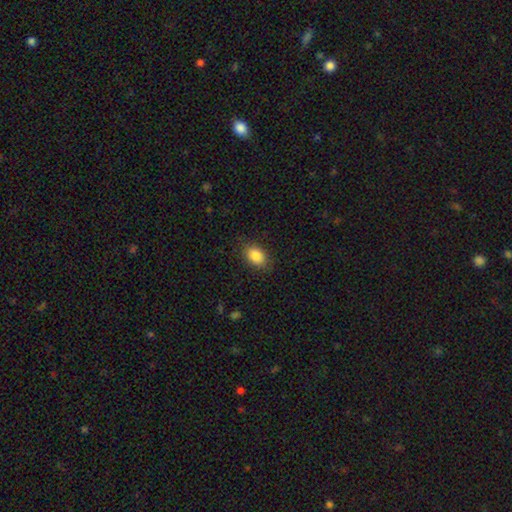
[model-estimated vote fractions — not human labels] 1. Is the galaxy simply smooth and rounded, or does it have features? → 86% smooth, 8% star or artifact, 6% featured or disk.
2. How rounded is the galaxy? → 85% in between, 14% round, 2% cigar-shaped.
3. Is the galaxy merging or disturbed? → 83% none, 12% minor disturbance, 3% major disturbance, 1% merger.